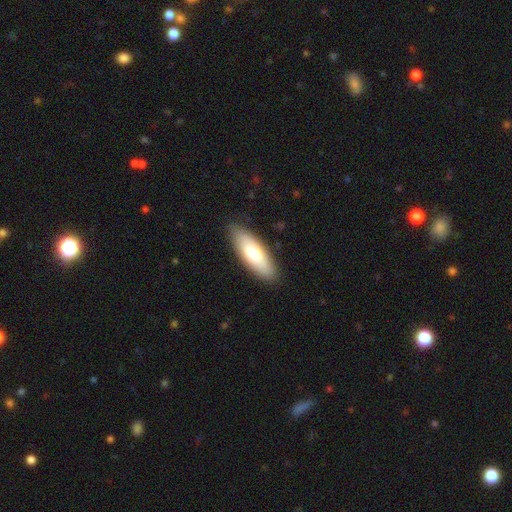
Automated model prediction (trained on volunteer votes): smooth 72%, featured or disk 23%, star or artifact 5%. Down the decision tree: how rounded — in between (66%); merging — none (86%).